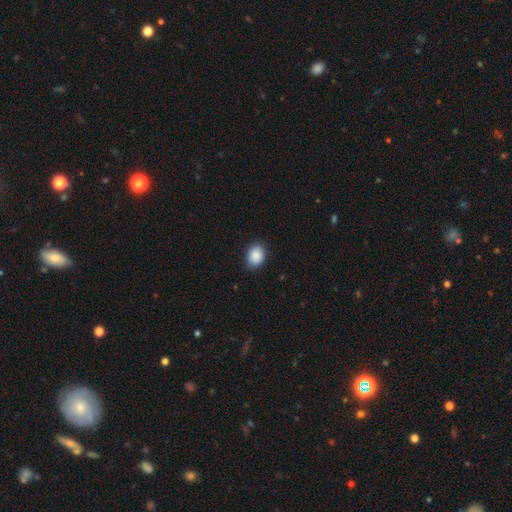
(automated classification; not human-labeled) smooth 90%, star or artifact 7%, featured or disk 3%. Down the decision tree: how rounded — in between (71%); merging — none (87%).